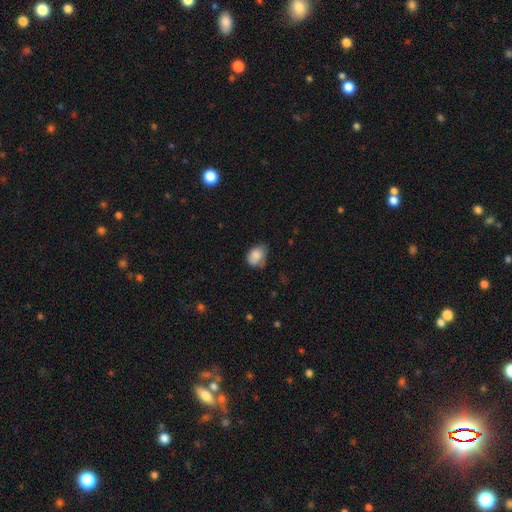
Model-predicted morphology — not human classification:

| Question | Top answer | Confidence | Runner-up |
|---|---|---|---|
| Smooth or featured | smooth | 81% | featured or disk (11%) |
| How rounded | in between | 67% | round (32%) |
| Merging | none | 47% | minor disturbance (39%) |